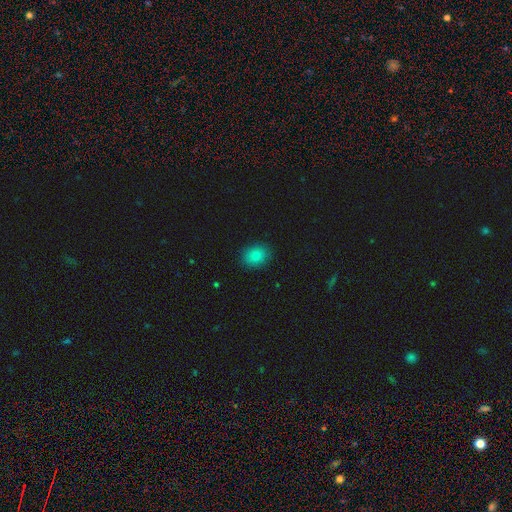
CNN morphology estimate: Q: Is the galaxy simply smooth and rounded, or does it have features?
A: smooth — 80%.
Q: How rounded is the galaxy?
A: round — 54%.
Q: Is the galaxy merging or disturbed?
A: none — 89%.